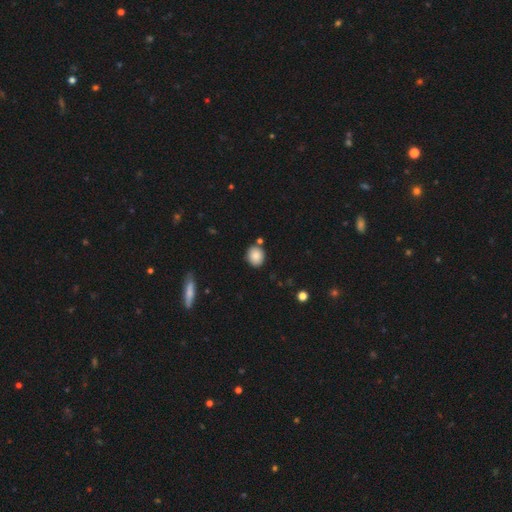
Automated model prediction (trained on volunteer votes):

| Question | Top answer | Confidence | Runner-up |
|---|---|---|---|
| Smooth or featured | smooth | 86% | star or artifact (8%) |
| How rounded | round | 72% | in between (27%) |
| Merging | none | 81% | minor disturbance (9%) |